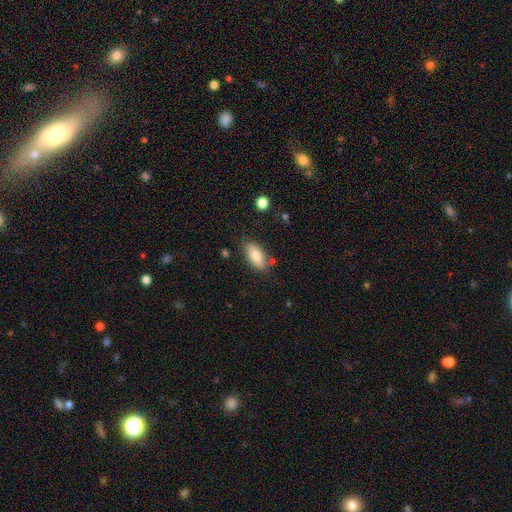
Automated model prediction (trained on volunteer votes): This is likely a smooth galaxy (80%). How rounded: clearly in between (90%). Merging: likely none (80%).